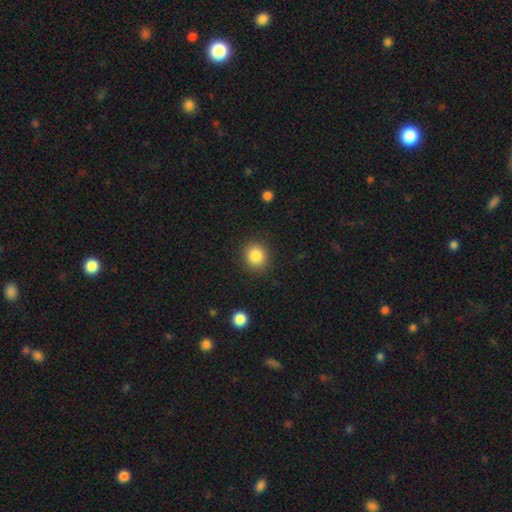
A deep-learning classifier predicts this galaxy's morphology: smooth 85%, star or artifact 10%, featured or disk 5%. Down the decision tree: how rounded — round (83%); merging — none (88%).